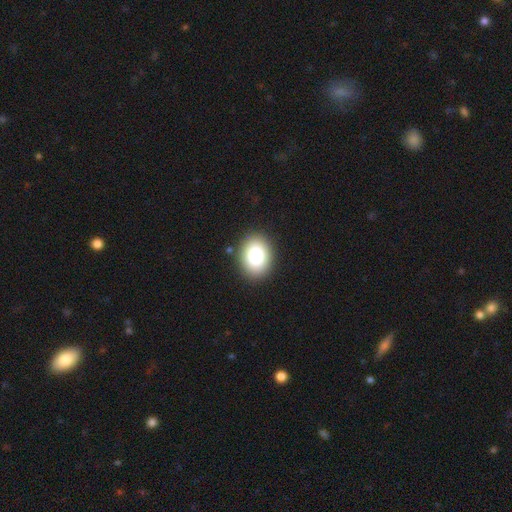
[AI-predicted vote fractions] smooth_or_featured: smooth (p=0.85) [alt: star or artifact p=0.08]
how_rounded: in between (p=0.64) [alt: round p=0.35]
merging: none (p=0.89) [alt: minor disturbance p=0.07]